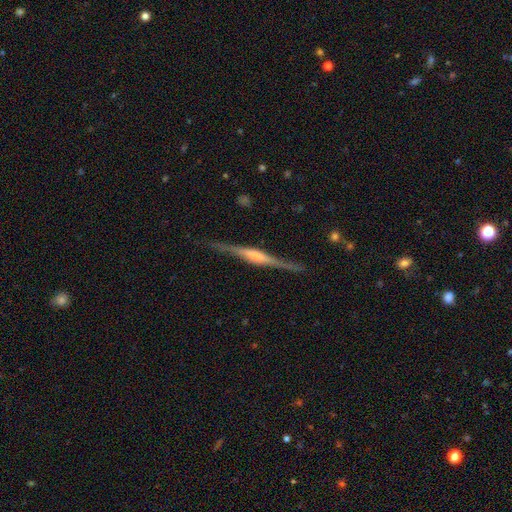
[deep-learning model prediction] Smooth or featured? Predicted: featured or disk (p=0.80). Edge-on disk? Predicted: yes (p=0.97). Edge-on bulge? Predicted: boxy (p=0.45). Merging? Predicted: none (p=0.84).